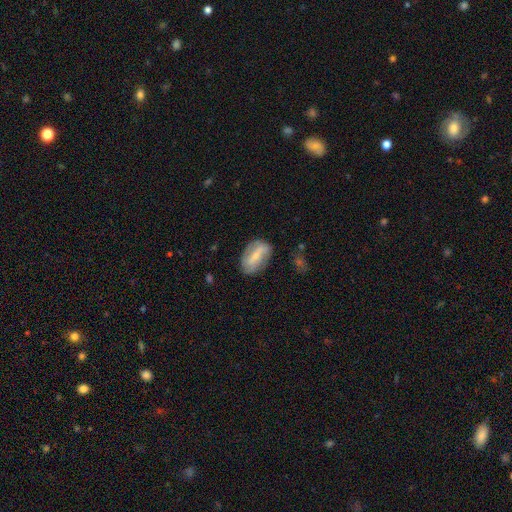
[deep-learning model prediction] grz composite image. It shows a featured or disk galaxy (56%) with a strong bar (41%), spiral arms (66%) and a small central bulge (64%). Merging: none (74%).